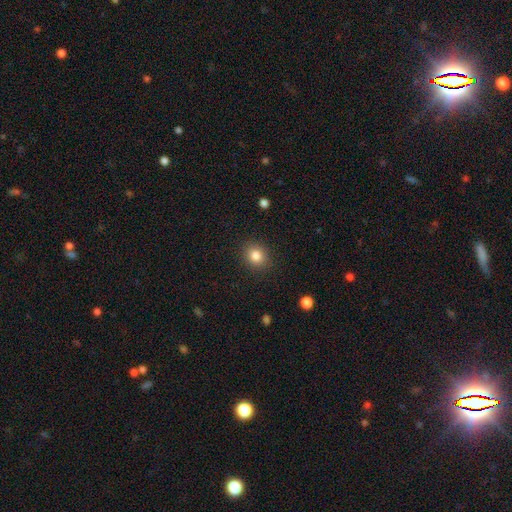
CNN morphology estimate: This is clearly a smooth galaxy (84%). How rounded: likely round (78%). Merging: clearly none (89%).